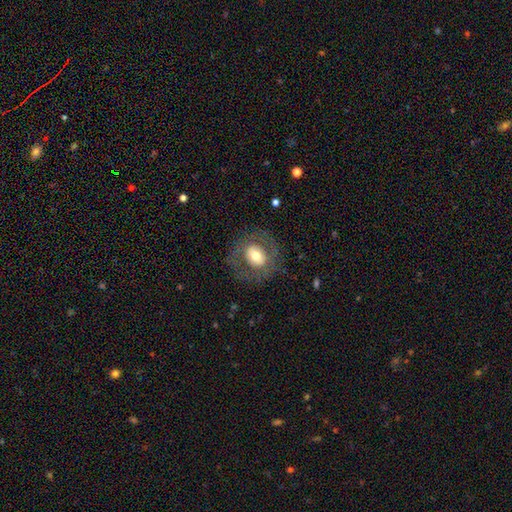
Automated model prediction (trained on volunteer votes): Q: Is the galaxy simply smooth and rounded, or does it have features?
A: smooth — 55%.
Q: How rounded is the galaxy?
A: round — 62%.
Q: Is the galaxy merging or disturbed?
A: none — 74%.